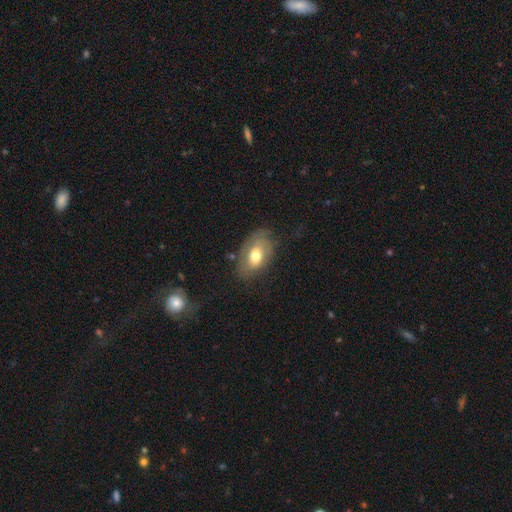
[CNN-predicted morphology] Smooth or featured? Predicted: smooth (p=0.63). How rounded? Predicted: in between (p=0.87). Merging? Predicted: none (p=0.61).